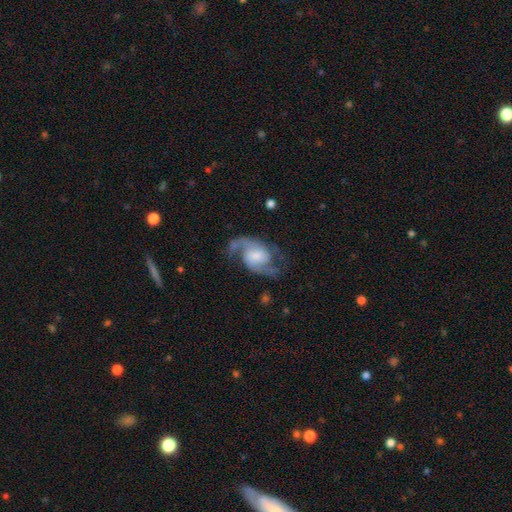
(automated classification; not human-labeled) A featured or disk galaxy (88%) with no bar (45%), 2 (93%) medium (49%) spiral arms (97%) and a moderate central bulge (33%).

Vote fractions:
- Smooth or featured? featured or disk: 88% / smooth: 7% / star or artifact: 5%
- Edge-on disk? no: 98% / yes: 2%
- Bar? no: 45% / weak: 44% / strong: 11%
- Spiral arms? yes: 97% / no: 3%
- Spiral winding? medium: 49% / loose: 41% / tight: 10%
- Spiral arm count? 2: 93% / can't tell: 2% / 1: 2% / 3: 1% / 4: 1% / more than 4: 1%
- Bulge size? moderate: 33% / small: 30% / large: 19% / none: 15% / dominant: 3%
- Merging? none: 70% / minor disturbance: 16% / major disturbance: 11% / merger: 2%